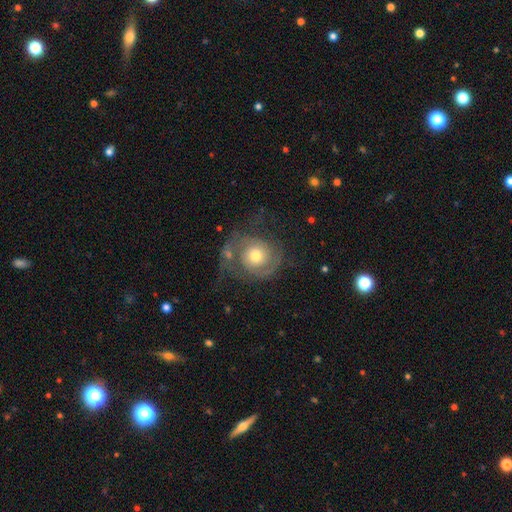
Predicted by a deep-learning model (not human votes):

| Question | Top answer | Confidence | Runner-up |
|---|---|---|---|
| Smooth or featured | featured or disk | 71% | smooth (22%) |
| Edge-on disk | no | 97% | yes (3%) |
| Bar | no | 81% | weak (16%) |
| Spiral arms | yes | 86% | no (14%) |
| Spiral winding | tight | 46% | medium (36%) |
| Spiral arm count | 2 | 60% | 1 (16%) |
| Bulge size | moderate | 69% | small (19%) |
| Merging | none | 48% | major disturbance (25%) |